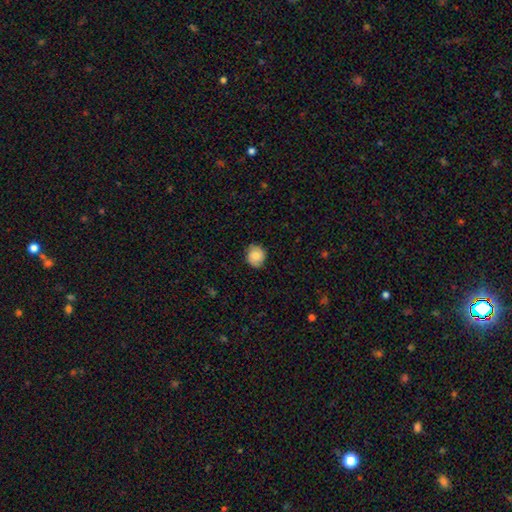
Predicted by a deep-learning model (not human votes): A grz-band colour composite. It shows a smooth galaxy with no disk features (76%) that is round (81%). Merging: none (82%).